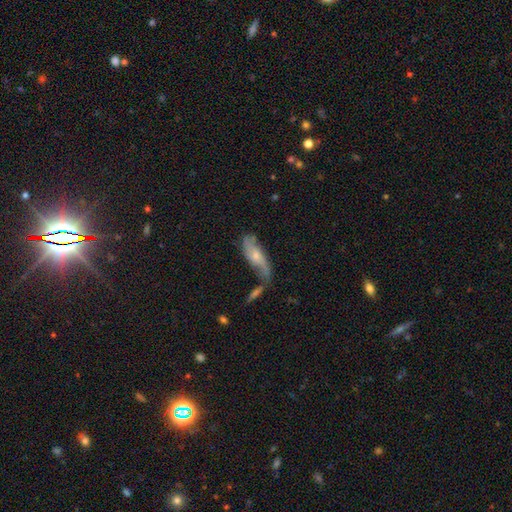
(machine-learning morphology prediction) type=featured or disk (57%); edge-on=no (81%); merging=none (39%).